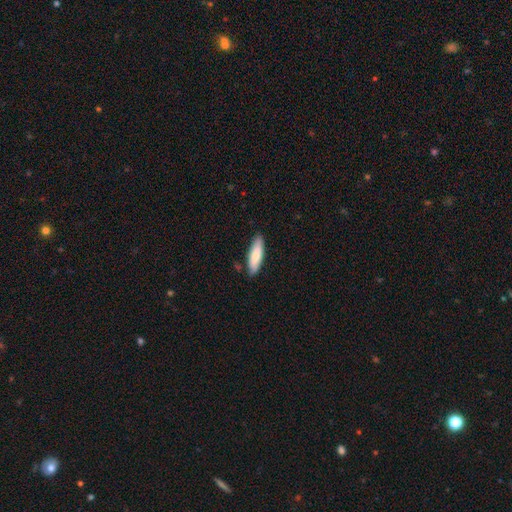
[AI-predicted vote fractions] A smooth galaxy with no disk features (77%) that is cigar-shaped (58%).

Vote fractions:
- Smooth or featured? smooth: 77% / featured or disk: 17% / star or artifact: 5%
- How rounded? cigar-shaped: 58% / in between: 41% / round: 1%
- Merging? none: 85% / minor disturbance: 12% / major disturbance: 2% / merger: 2%